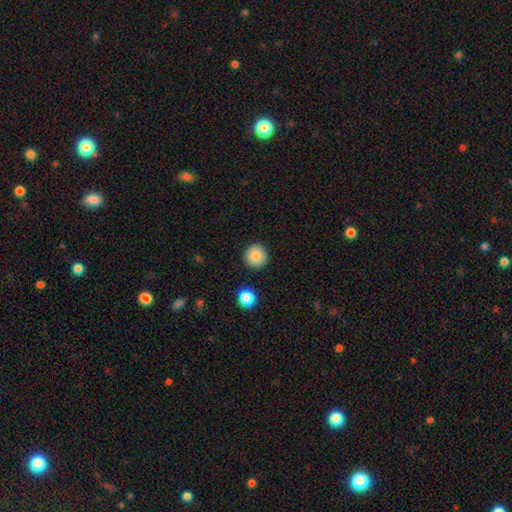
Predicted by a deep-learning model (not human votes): smooth-or-featured: smooth: 85% | star or artifact: 9% | featured or disk: 6%
  how-rounded: round: 95% | in between: 4% | cigar-shaped: 1%
  merging: none: 91% | minor disturbance: 6% | major disturbance: 2% | merger: 1%